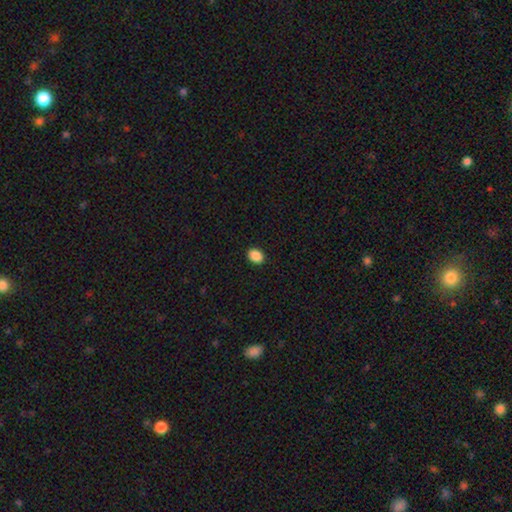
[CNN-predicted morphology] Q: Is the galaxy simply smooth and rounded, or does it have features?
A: smooth — 89%.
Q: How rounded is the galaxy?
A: in between — 68%.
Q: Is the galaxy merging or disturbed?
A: none — 91%.